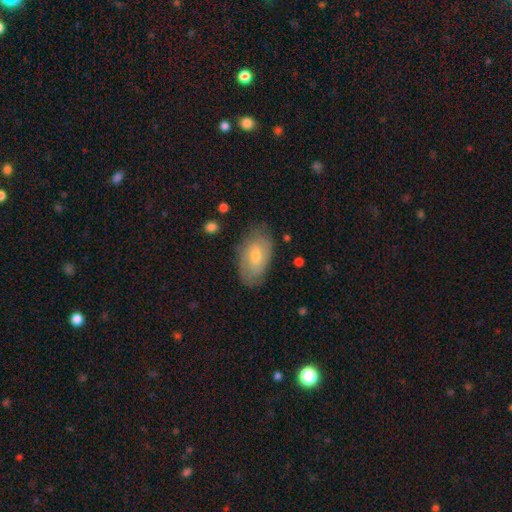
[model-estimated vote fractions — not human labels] The model was most divided on "smooth or featured": smooth: 53%, featured or disk: 40%, star or artifact: 7%. More confident: how rounded — in between (92%); merging — none (76%).